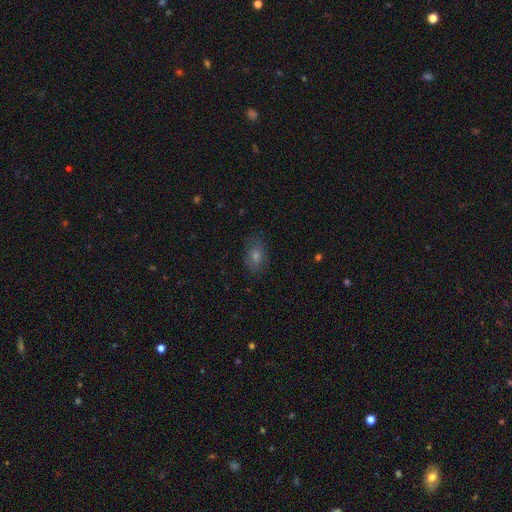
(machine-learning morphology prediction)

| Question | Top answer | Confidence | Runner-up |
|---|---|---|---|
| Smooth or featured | smooth | 61% | star or artifact (20%) |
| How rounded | in between | 75% | round (23%) |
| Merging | none | 82% | minor disturbance (13%) |